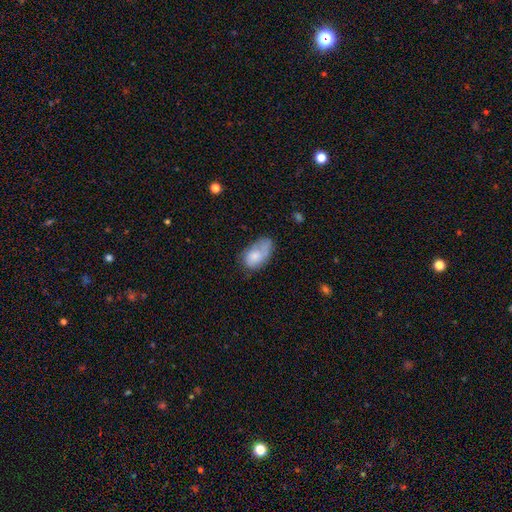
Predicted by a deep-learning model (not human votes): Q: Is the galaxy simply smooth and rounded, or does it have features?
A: smooth — 69%.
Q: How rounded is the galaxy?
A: in between — 91%.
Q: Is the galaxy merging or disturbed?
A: none — 38%.